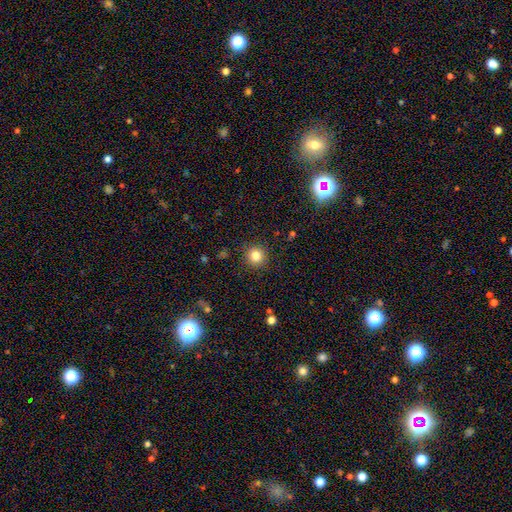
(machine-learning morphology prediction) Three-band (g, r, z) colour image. It shows a smooth galaxy with no disk features (82%) that is round (92%). Merging: none (91%).